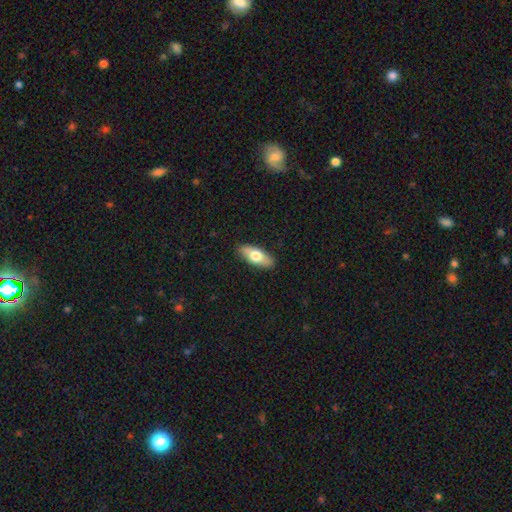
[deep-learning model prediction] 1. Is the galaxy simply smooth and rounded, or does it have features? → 68% smooth, 26% featured or disk, 6% star or artifact.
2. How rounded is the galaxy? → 75% in between, 22% cigar-shaped, 3% round.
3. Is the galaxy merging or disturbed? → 89% none, 8% minor disturbance, 2% major disturbance, 1% merger.